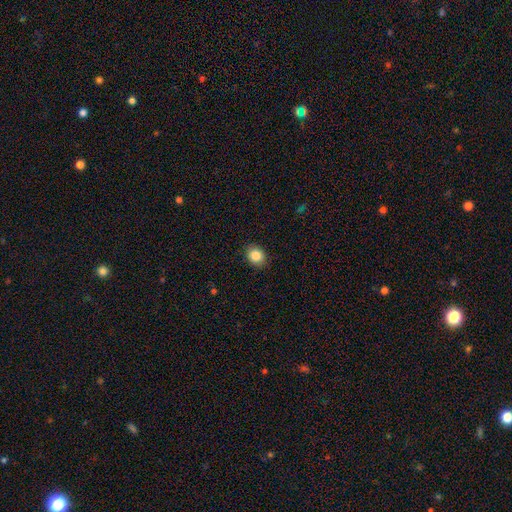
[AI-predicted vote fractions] A smooth galaxy with no disk features (86%) that is round (56%).

Vote fractions:
- Smooth or featured? smooth: 86% / star or artifact: 9% / featured or disk: 5%
- How rounded? round: 56% / in between: 43% / cigar-shaped: 1%
- Merging? none: 88% / minor disturbance: 9% / major disturbance: 2% / merger: 1%